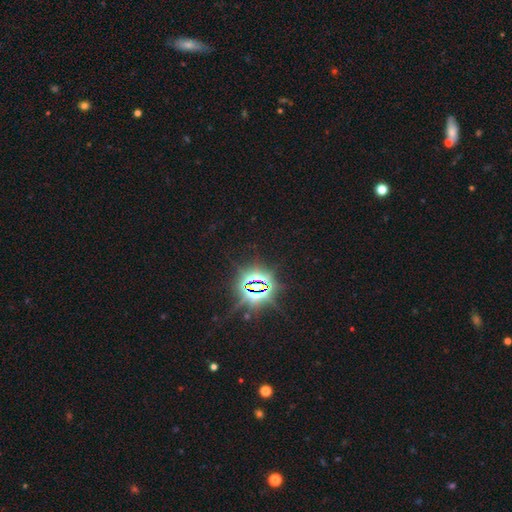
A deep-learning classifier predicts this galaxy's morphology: Smooth or featured? Predicted: star or artifact (p=0.84).